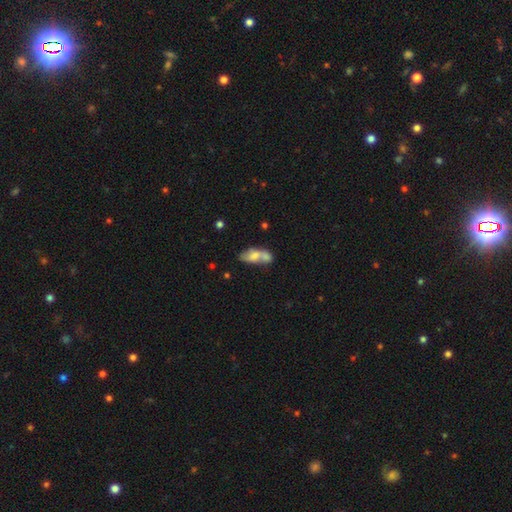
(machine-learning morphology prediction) Smooth or featured? Predicted: smooth (p=0.59). How rounded? Predicted: in between (p=0.82). Merging? Predicted: merger (p=0.50).